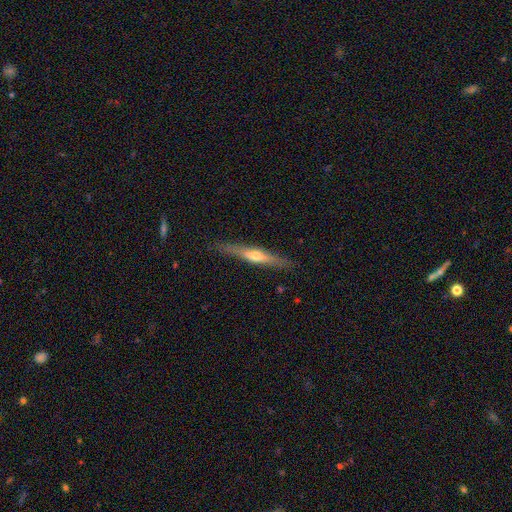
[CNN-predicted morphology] Smooth or featured? featured or disk (60%)
Edge-on disk? yes (94%)
Edge-on bulge? rounded (79%)
Merging? none (87%)